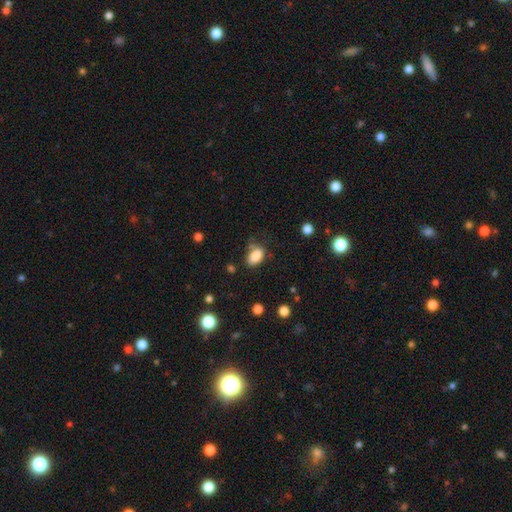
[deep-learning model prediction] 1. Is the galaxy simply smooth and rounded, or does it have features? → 84% smooth, 9% star or artifact, 7% featured or disk.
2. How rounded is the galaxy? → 90% in between, 9% round, 2% cigar-shaped.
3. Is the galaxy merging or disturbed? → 56% none, 28% minor disturbance, 10% major disturbance, 6% merger.